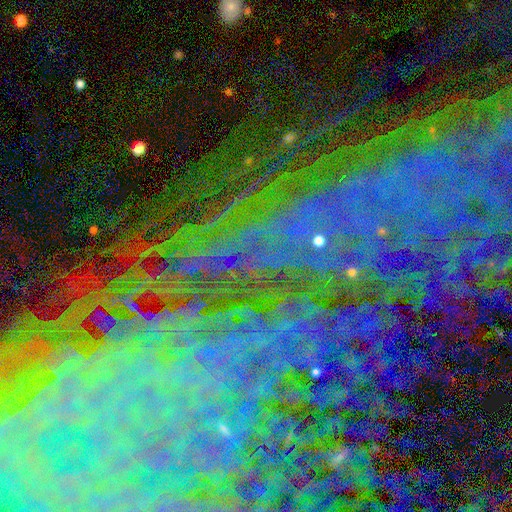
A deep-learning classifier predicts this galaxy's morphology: smooth-or-featured: star or artifact: 82% | featured or disk: 11% | smooth: 7%